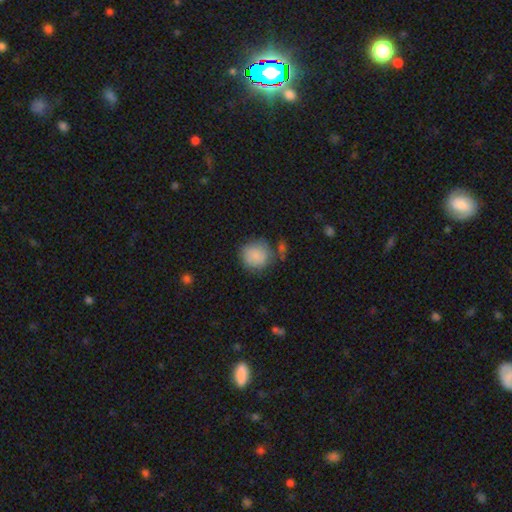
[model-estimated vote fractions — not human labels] Morphology: type=smooth (86%); roundness=round (89%); merging=none (68%).